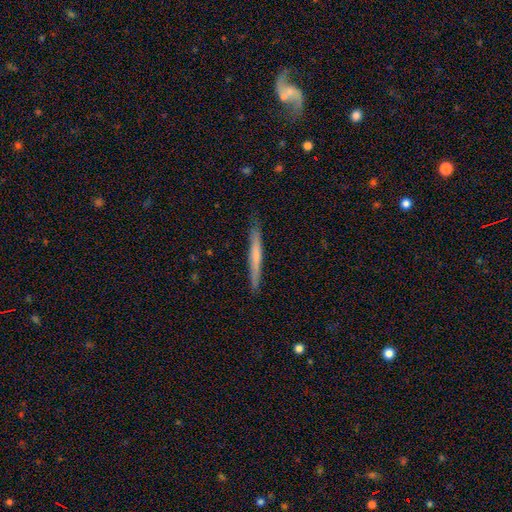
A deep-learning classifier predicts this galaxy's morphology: A smooth galaxy with no disk features (55%) that is cigar-shaped (96%). Merging: none (87%).